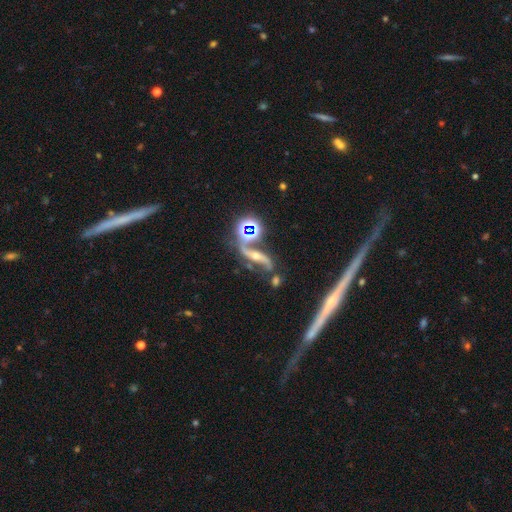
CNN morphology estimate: Q: Smooth or featured?
A: featured or disk (75%); runner-up: star or artifact (16%)
Q: Edge-on disk?
A: no (79%); runner-up: yes (21%)
Q: Bar?
A: no (47%); runner-up: strong (31%)
Q: Spiral arms?
A: yes (92%); runner-up: no (8%)
Q: Spiral winding?
A: loose (78%); runner-up: medium (16%)
Q: Spiral arm count?
A: 2 (91%); runner-up: 1 (3%)
Q: Bulge size?
A: moderate (56%); runner-up: small (33%)
Q: Merging?
A: none (58%); runner-up: minor disturbance (16%)